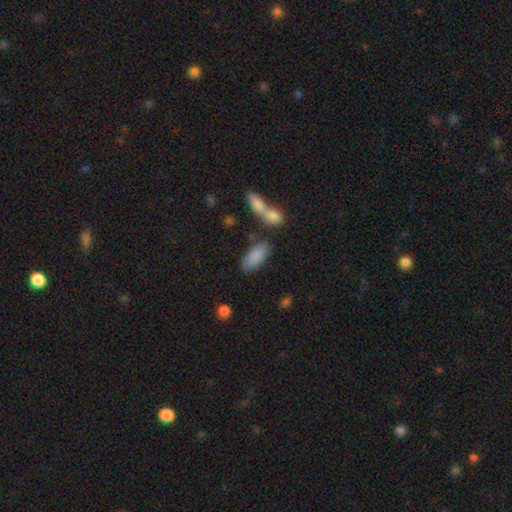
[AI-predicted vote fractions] A smooth galaxy with no disk features (85%) that is in between round and cigar-shaped (82%). Merging: none (65%).